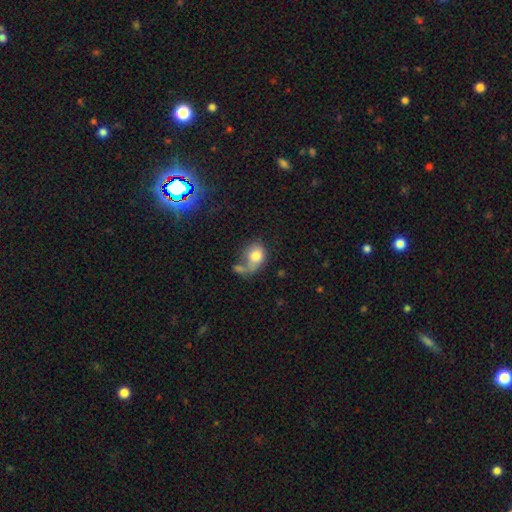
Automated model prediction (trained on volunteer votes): Smooth or featured: smooth — 76% (featured or disk — 16%)
How rounded: in between — 61% (round — 37%)
Merging: merger — 33% (none — 27%)